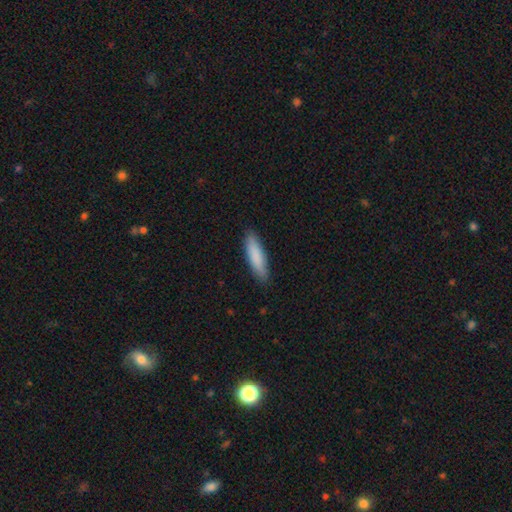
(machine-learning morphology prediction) Q: Smooth or featured?
A: smooth (86%); runner-up: featured or disk (9%)
Q: How rounded?
A: cigar-shaped (68%); runner-up: in between (30%)
Q: Merging?
A: none (88%); runner-up: minor disturbance (10%)